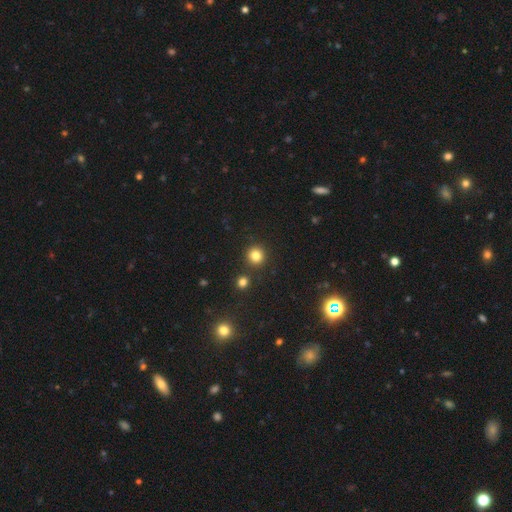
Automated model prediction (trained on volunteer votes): Smooth or featured? Predicted: smooth (p=0.82). How rounded? Predicted: round (p=0.93). Merging? Predicted: none (p=0.88).